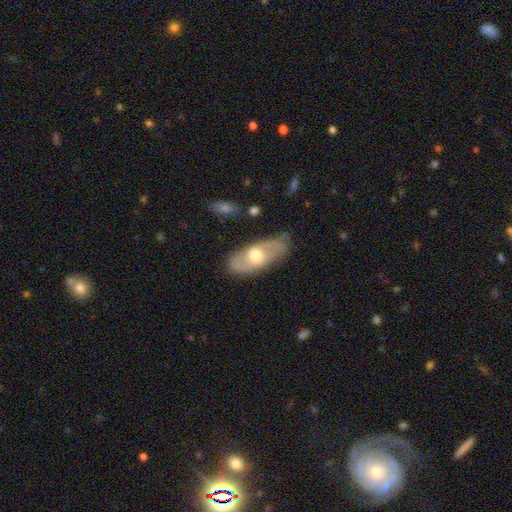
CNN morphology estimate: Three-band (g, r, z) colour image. It shows a featured or disk galaxy (55%). Merging: none (78%).